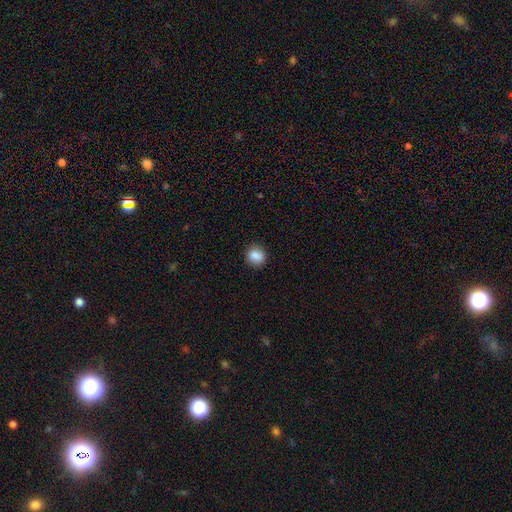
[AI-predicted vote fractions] The model was most divided on "how rounded": round: 66%, in between: 33%, cigar-shaped: 1%. More confident: merging — none (87%); smooth or featured — smooth (86%).